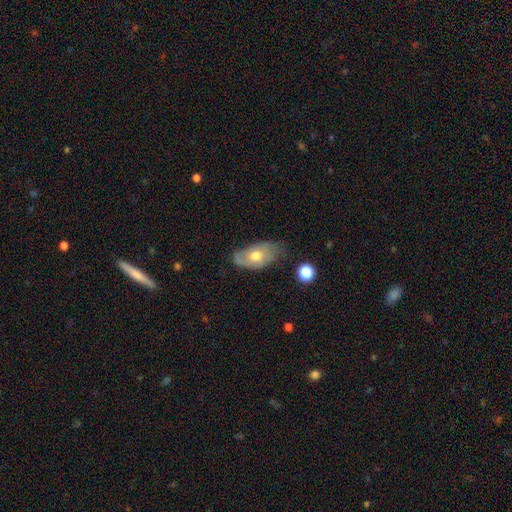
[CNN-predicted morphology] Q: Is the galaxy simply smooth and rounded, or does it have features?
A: smooth — 51%.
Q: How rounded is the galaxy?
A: in between — 91%.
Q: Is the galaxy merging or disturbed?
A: none — 51%.